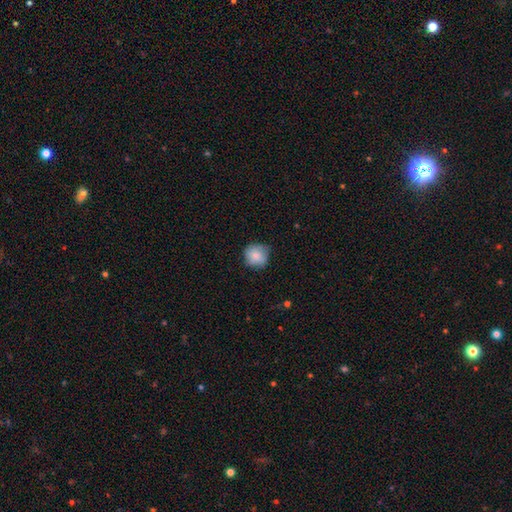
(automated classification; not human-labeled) Smooth or featured? smooth (83%)
How rounded? round (90%)
Merging? none (73%)